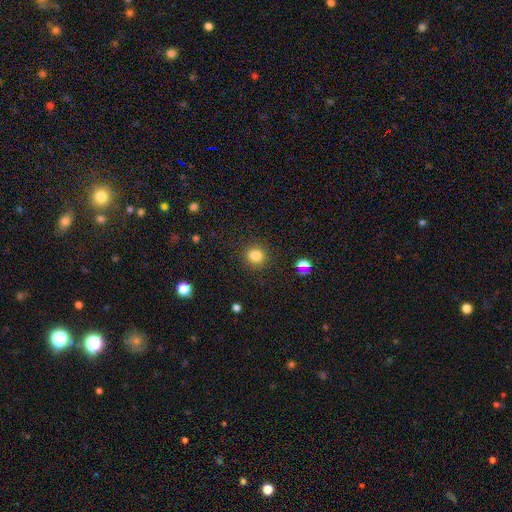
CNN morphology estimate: A smooth galaxy with no disk features (83%) that is round (88%).

Vote fractions:
- Smooth or featured? smooth: 83% / star or artifact: 13% / featured or disk: 5%
- How rounded? round: 88% / in between: 11% / cigar-shaped: 1%
- Merging? none: 89% / minor disturbance: 7% / major disturbance: 3% / merger: 2%